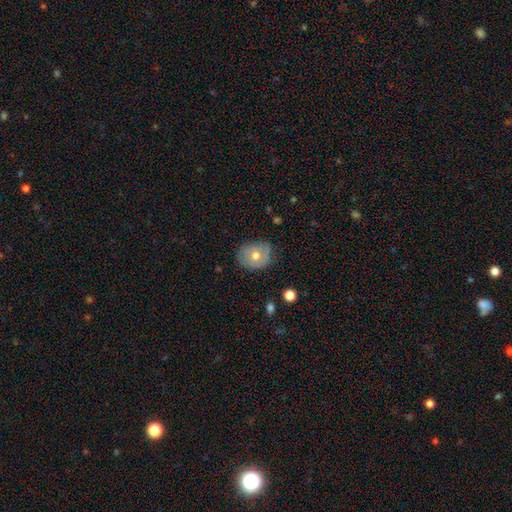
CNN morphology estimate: The model was most divided on "how rounded": round: 59%, in between: 40%, cigar-shaped: 1%. More confident: merging — none (71%); smooth or featured — smooth (61%).